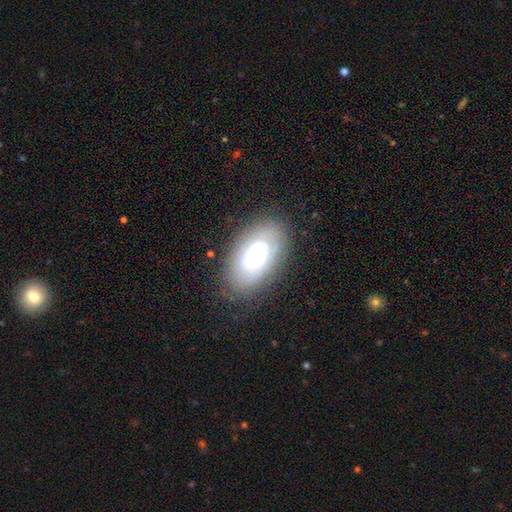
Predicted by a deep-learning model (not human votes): Smooth or featured? smooth (49%)
Merging? none (77%)